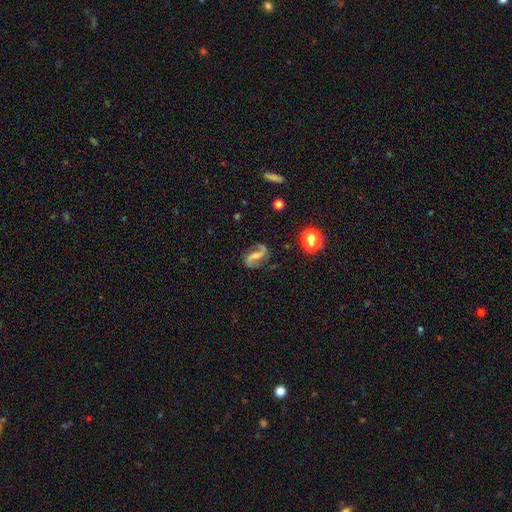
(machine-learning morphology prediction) Overall: featured or disk (82%). Edge-on disk: no (97%). Bar: strong (42%; weak 37%). Spiral arms: yes (95%). Spiral arm count: 2 (92%). Spiral winding: loose (63%; medium 28%). Bulge size: small (52%; moderate 29%). Merging: none (78%).